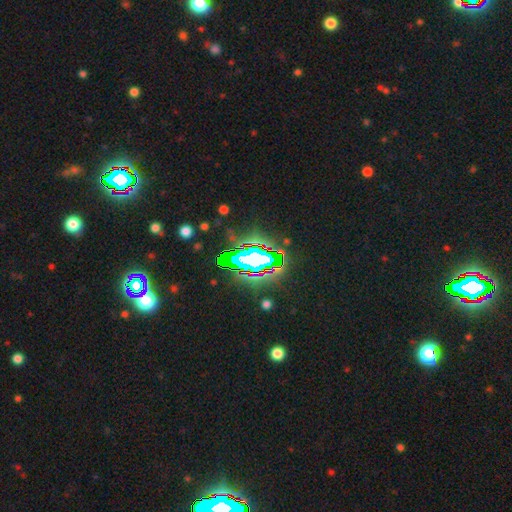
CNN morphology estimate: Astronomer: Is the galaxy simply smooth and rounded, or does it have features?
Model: star or artifact — 70%.